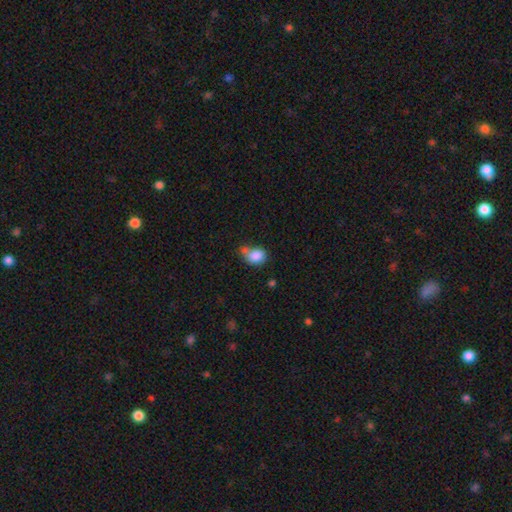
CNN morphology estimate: Smooth or featured? smooth (84%)
How rounded? in between (51%)
Merging? none (40%)